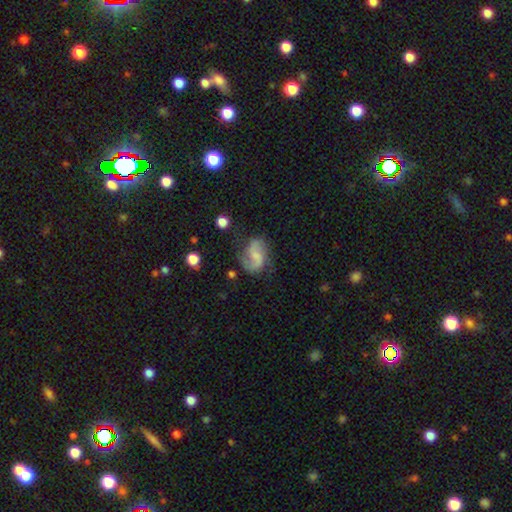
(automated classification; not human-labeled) smooth-or-featured: featured or disk: 70% | smooth: 22% | star or artifact: 7%
  disk-edge-on: no: 98% | yes: 2%
    bar: weak: 46% | no: 42% | strong: 12%
    has-spiral-arms: yes: 93% | no: 7%
      spiral-winding: loose: 51% | medium: 38% | tight: 11%
      spiral-arm-count: 2: 86% | can't tell: 6% | 1: 5% | 3: 1% | 4: 1% | more than 4: 1%
    bulge-size: small: 41% | none: 32% | moderate: 22% | large: 3% | dominant: 1%
  merging: none: 62% | minor disturbance: 22% | major disturbance: 13% | merger: 3%